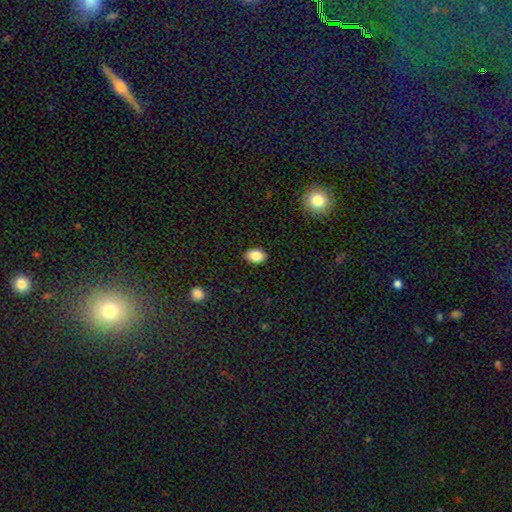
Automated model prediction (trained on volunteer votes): A smooth galaxy with no disk features (88%) that is in between round and cigar-shaped (84%).

Vote fractions:
- Smooth or featured? smooth: 88% / star or artifact: 8% / featured or disk: 4%
- How rounded? in between: 84% / round: 15% / cigar-shaped: 1%
- Merging? none: 87% / minor disturbance: 9% / major disturbance: 2% / merger: 1%